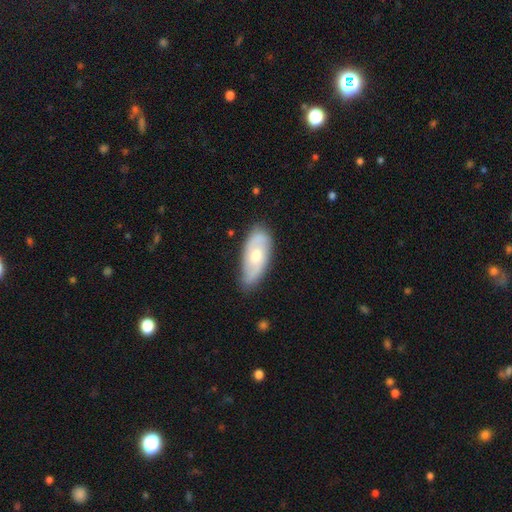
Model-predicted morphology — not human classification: Smooth or featured: featured or disk — 48% (smooth — 46%)
Merging: none — 74% (minor disturbance — 21%)